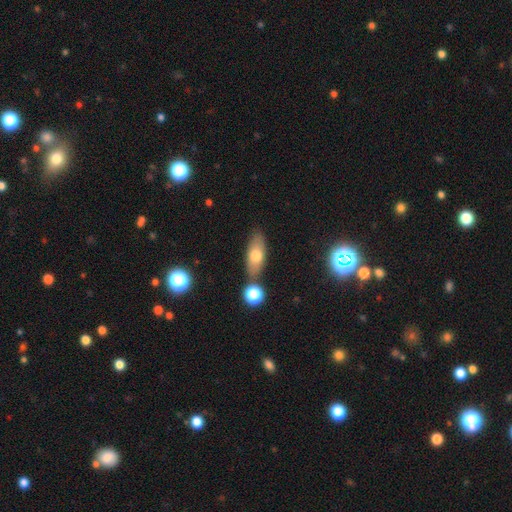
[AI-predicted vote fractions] This is likely a smooth galaxy (70%). How rounded: likely in between (77%). Merging: likely none (79%).